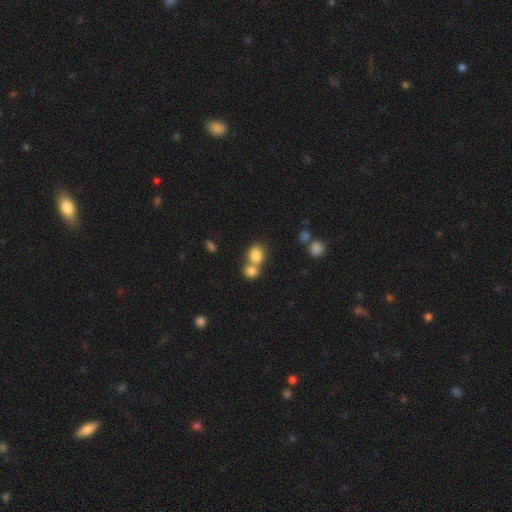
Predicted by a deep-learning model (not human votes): A smooth galaxy with no disk features (82%) that is round (61%). Merging: merger (53%).